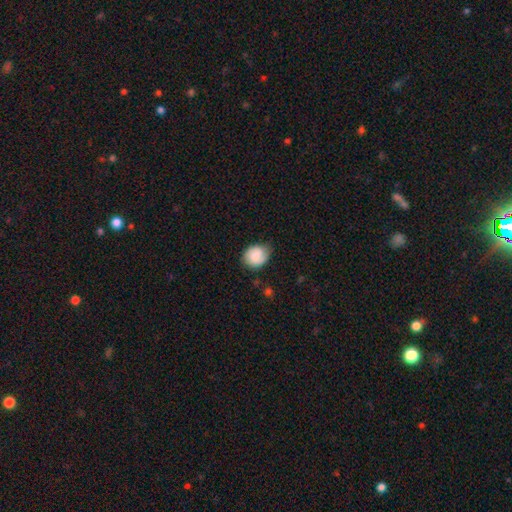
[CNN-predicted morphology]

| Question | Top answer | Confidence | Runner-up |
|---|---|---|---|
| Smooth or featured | smooth | 62% | featured or disk (30%) |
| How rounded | round | 56% | in between (43%) |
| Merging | none | 65% | minor disturbance (26%) |